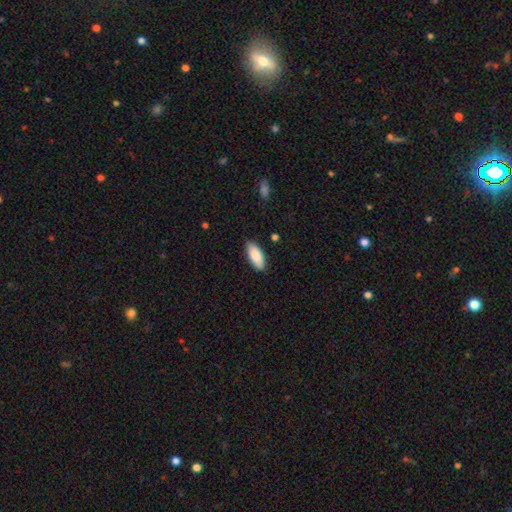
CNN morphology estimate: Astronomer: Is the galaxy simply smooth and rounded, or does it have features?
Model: smooth — 87%.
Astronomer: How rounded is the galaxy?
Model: in between — 85%.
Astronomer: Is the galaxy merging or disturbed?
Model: none — 86%.